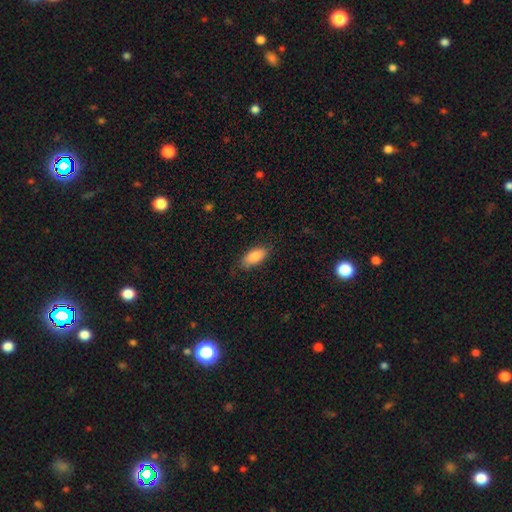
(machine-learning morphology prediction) Overall: smooth (87%). How rounded: in between (89%). Merging: none (79%).